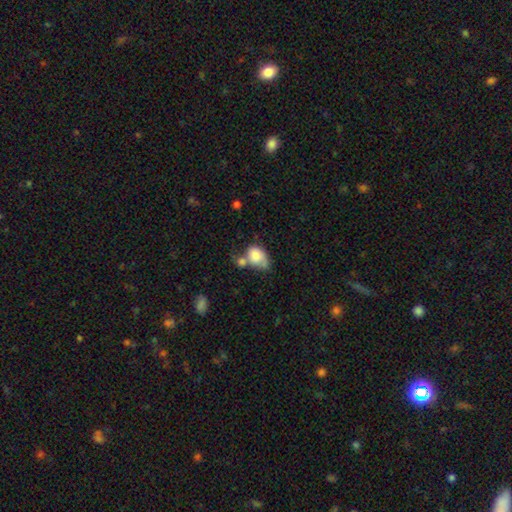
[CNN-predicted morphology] Smooth or featured?
  - smooth: 78% *
  - featured or disk: 15%
  - star or artifact: 7%
How rounded?
  - in between: 75% *
  - round: 24%
  - cigar-shaped: 1%
Merging?
  - merger: 42% *
  - none: 24%
  - minor disturbance: 20%
  - major disturbance: 14%